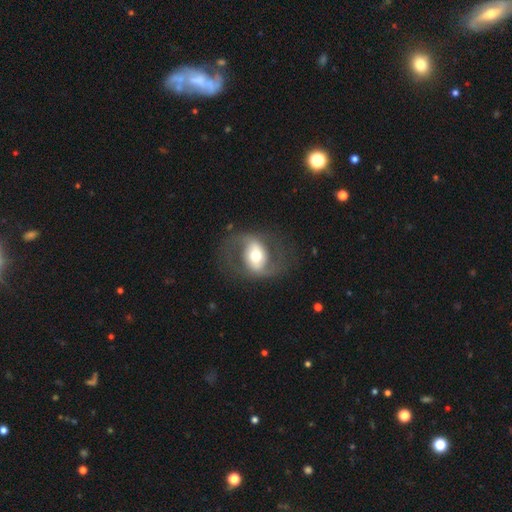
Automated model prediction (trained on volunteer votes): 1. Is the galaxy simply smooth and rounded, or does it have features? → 73% featured or disk, 21% smooth, 6% star or artifact.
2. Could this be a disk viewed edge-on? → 95% no, 5% yes.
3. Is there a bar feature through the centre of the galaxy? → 36% strong, 33% no, 31% weak.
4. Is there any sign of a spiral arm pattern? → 77% yes, 23% no.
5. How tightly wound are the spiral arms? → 46% medium, 41% loose, 13% tight.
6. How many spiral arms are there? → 89% 2, 5% can't tell, 3% 1, 1% 3, 1% 4, 1% more than 4.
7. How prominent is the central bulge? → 64% moderate, 19% large, 12% small, 3% dominant, 1% none.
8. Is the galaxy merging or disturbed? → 69% none, 15% major disturbance, 14% minor disturbance, 1% merger.